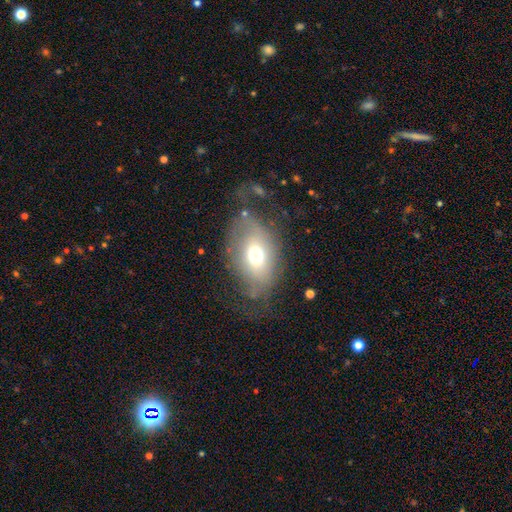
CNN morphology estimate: This appears to be a smooth galaxy with no disk features (57%) that is in between round and cigar-shaped (79%). Merging: none (49%).